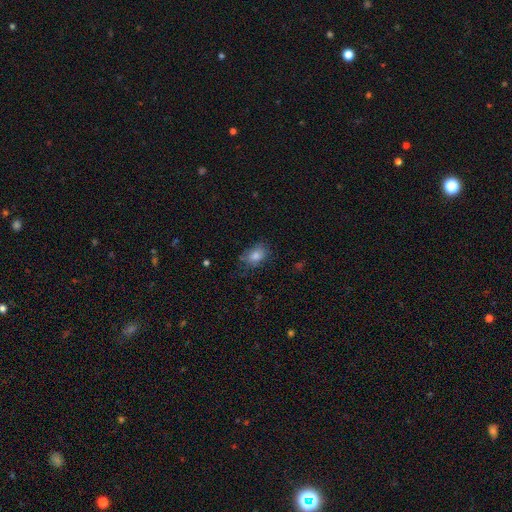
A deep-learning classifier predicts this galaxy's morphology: Smooth or featured?
  - smooth: 77% *
  - star or artifact: 12%
  - featured or disk: 11%
How rounded?
  - in between: 70% *
  - round: 29%
  - cigar-shaped: 1%
Merging?
  - none: 67% *
  - minor disturbance: 24%
  - major disturbance: 7%
  - merger: 2%